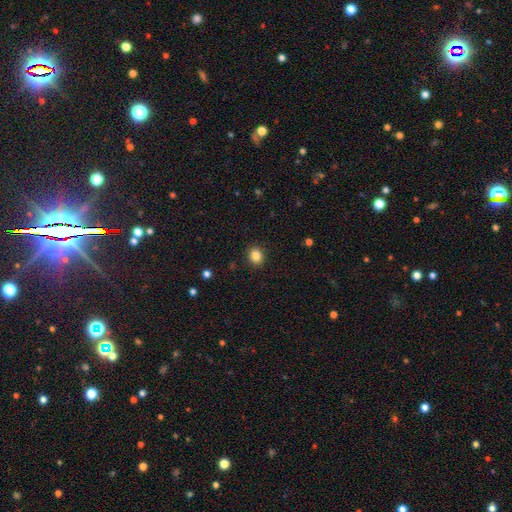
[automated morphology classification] The model was most divided on "how rounded": round: 69%, in between: 30%, cigar-shaped: 1%. More confident: merging — none (91%); smooth or featured — smooth (85%).